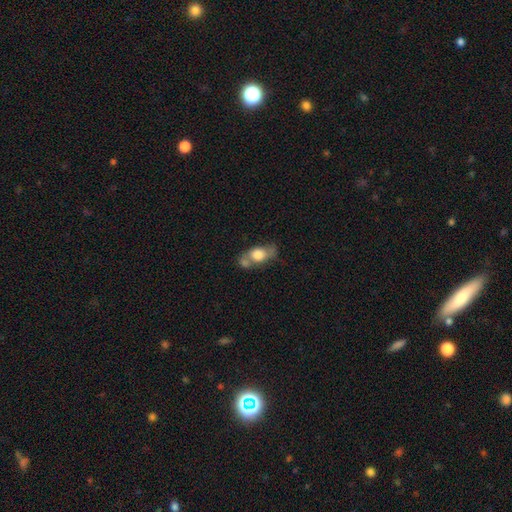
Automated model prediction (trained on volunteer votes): A smooth galaxy with no disk features (54%) that is in between round and cigar-shaped (72%).

Vote fractions:
- Smooth or featured? smooth: 54% / featured or disk: 38% / star or artifact: 9%
- How rounded? in between: 72% / round: 19% / cigar-shaped: 9%
- Merging? none: 45% / merger: 26% / minor disturbance: 20% / major disturbance: 8%